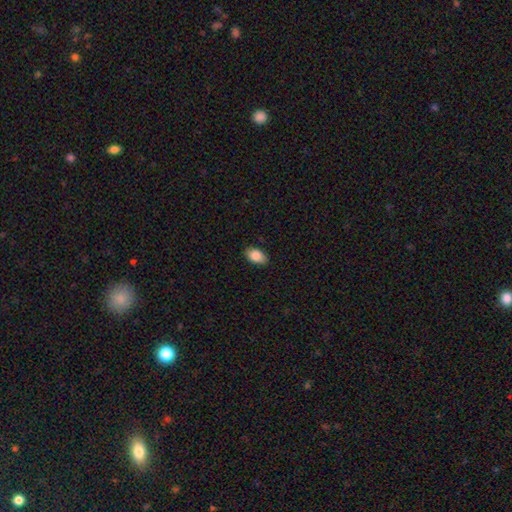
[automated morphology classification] Smooth or featured: smooth — 87% (star or artifact — 7%)
How rounded: in between — 92% (round — 7%)
Merging: none — 86% (minor disturbance — 11%)